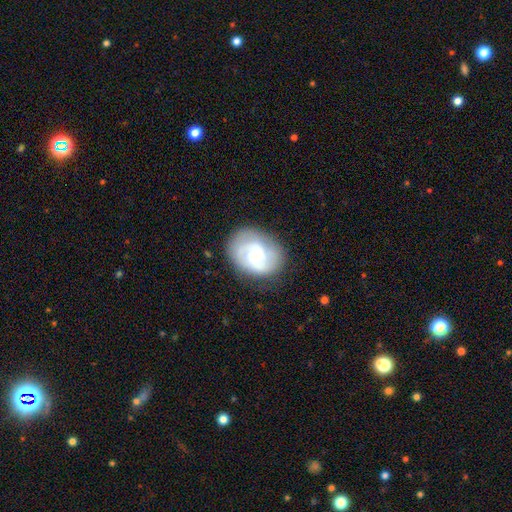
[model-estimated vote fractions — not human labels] Overall: featured or disk (66%; smooth 28%). Edge-on disk: no (98%). Bar: no (58%; weak 36%). Spiral arms: yes (89%). Spiral arm count: 2 (58%; can't tell 20%). Spiral winding: medium (44%; tight 38%). Bulge size: small (55%; moderate 35%). Merging: none (72%).